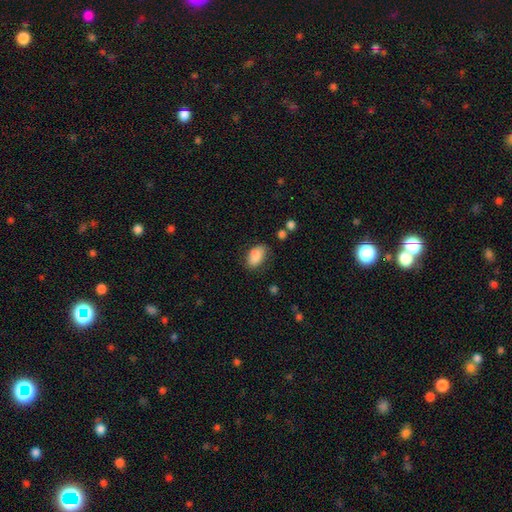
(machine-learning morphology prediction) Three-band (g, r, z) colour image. It shows a smooth galaxy with no disk features (87%) that is in between round and cigar-shaped (91%). Merging: none (73%).